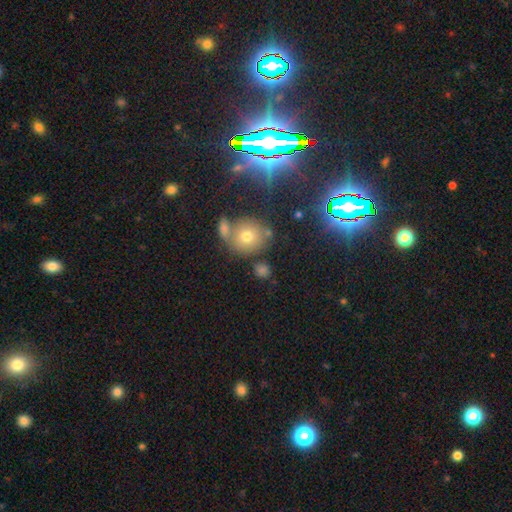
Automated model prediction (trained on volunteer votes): smooth_or_featured: star or artifact (p=0.70) [alt: smooth p=0.18]